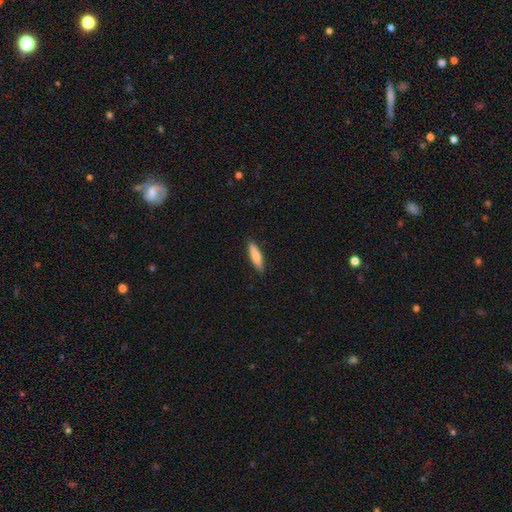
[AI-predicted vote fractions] smooth 75%, featured or disk 20%, star or artifact 6%. Down the decision tree: how rounded — cigar-shaped (73%); merging — none (90%).